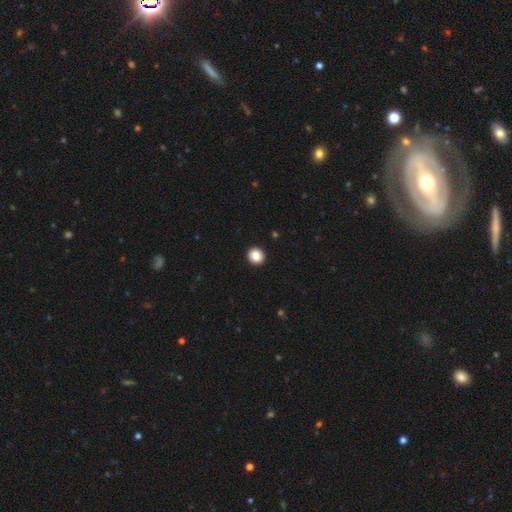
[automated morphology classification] This is clearly a smooth galaxy (86%). How rounded: clearly round (90%). Merging: clearly none (93%).